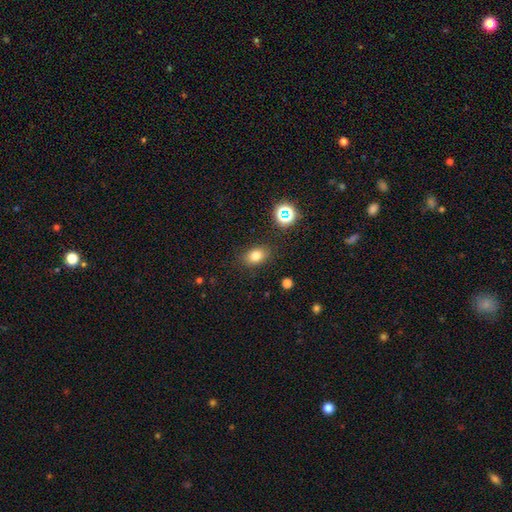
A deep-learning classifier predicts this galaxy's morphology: Overall: smooth (77%). How rounded: in between (74%). Merging: none (85%).